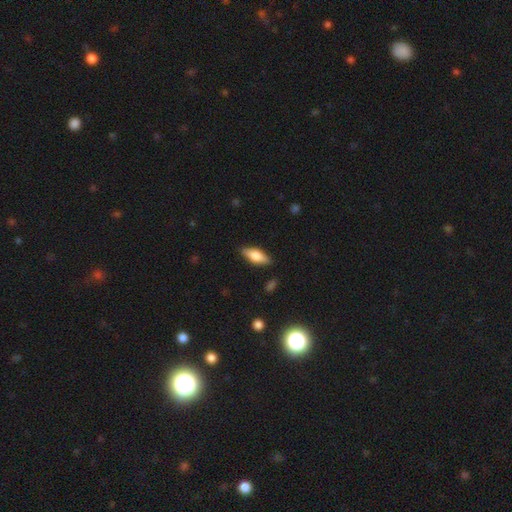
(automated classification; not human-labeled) A smooth galaxy with no disk features (66%) that is in between round and cigar-shaped (71%). Merging: none (87%).